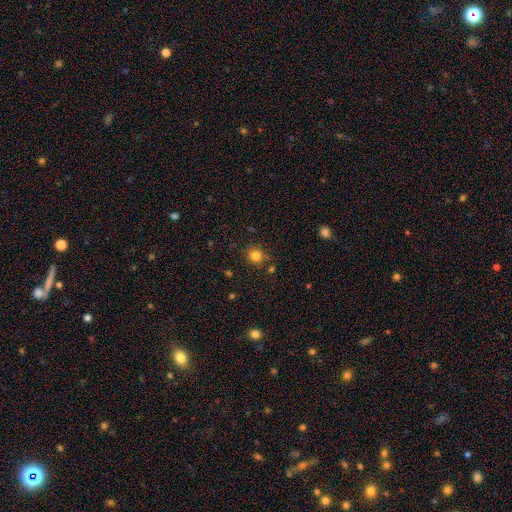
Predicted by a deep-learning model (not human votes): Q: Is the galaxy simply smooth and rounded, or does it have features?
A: smooth — 82%.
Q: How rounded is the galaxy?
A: round — 87%.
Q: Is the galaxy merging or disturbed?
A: none — 80%.